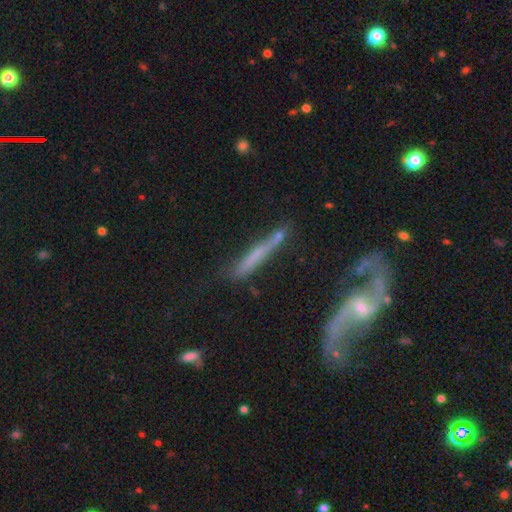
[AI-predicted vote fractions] The model was most divided on "smooth or featured": featured or disk: 57%, smooth: 34%, star or artifact: 8%. More confident: edge-on disk — yes (72%); merging — none (59%).